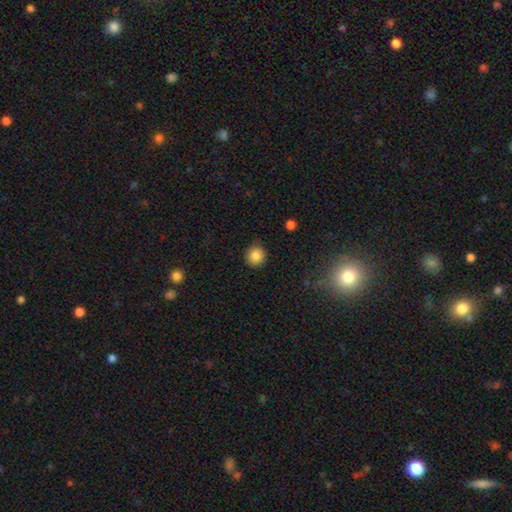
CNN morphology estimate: A smooth galaxy with no disk features (86%) that is round (90%).

Vote fractions:
- Smooth or featured? smooth: 86% / star or artifact: 10% / featured or disk: 4%
- How rounded? round: 90% / in between: 9% / cigar-shaped: 1%
- Merging? none: 86% / minor disturbance: 10% / major disturbance: 2% / merger: 1%